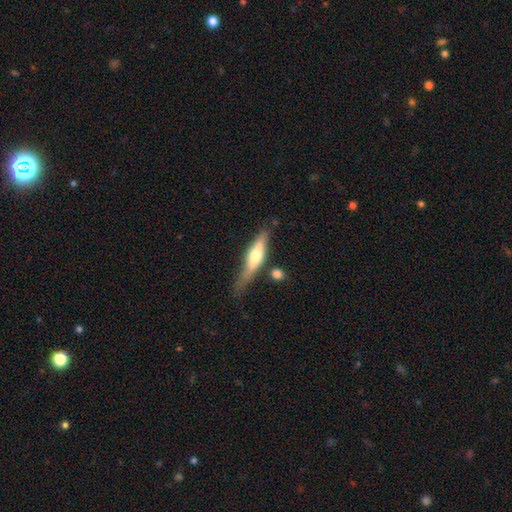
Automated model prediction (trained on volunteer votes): Overall: featured or disk (49%; smooth 45%). Merging: none (57%; minor disturbance 26%).